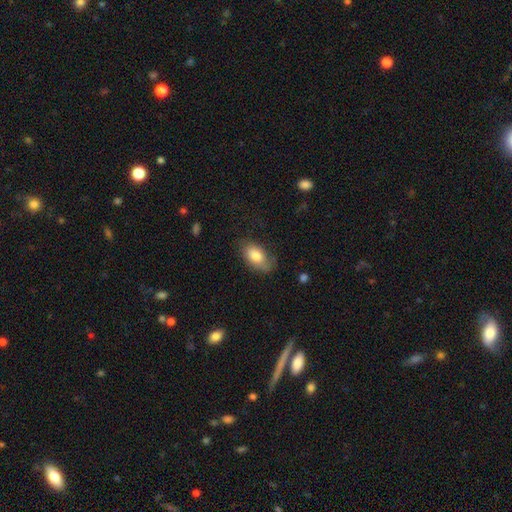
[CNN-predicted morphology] This is clearly a smooth galaxy (80%). How rounded: clearly in between (92%). Merging: likely none (69%).